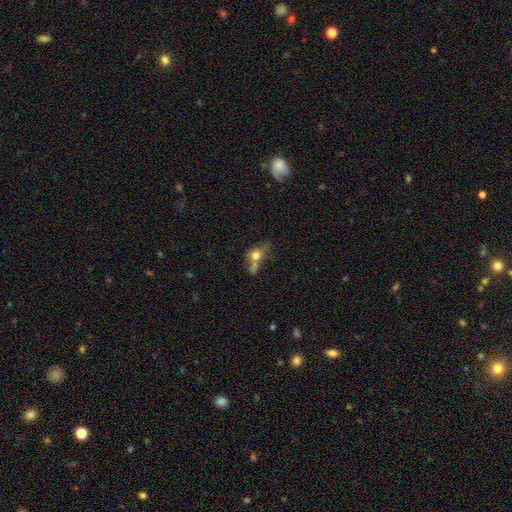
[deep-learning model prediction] Smooth or featured? Predicted: smooth (p=0.59). How rounded? Predicted: round (p=0.48). Merging? Predicted: merger (p=0.44).